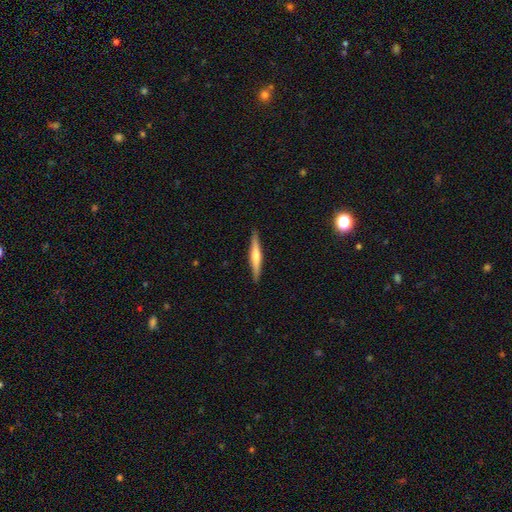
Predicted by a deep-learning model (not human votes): smooth_or_featured: featured or disk (p=0.57) [alt: smooth p=0.37]
disk_edge_on: yes (p=0.97) [alt: no p=0.03]
edge_on_bulge: rounded (p=0.69) [alt: none p=0.17]
merging: none (p=0.91) [alt: minor disturbance p=0.07]